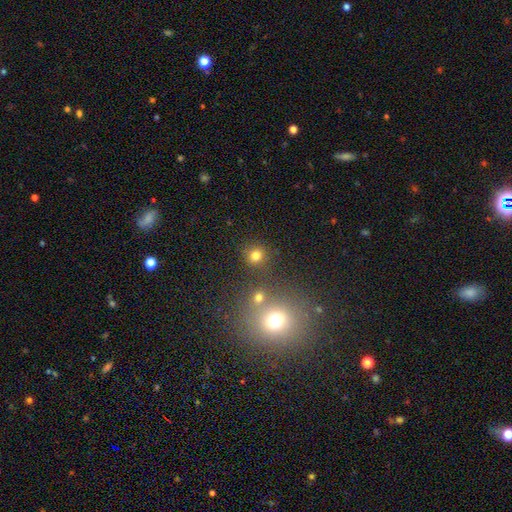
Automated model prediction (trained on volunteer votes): Smooth or featured? smooth (76%)
How rounded? round (91%)
Merging? none (82%)